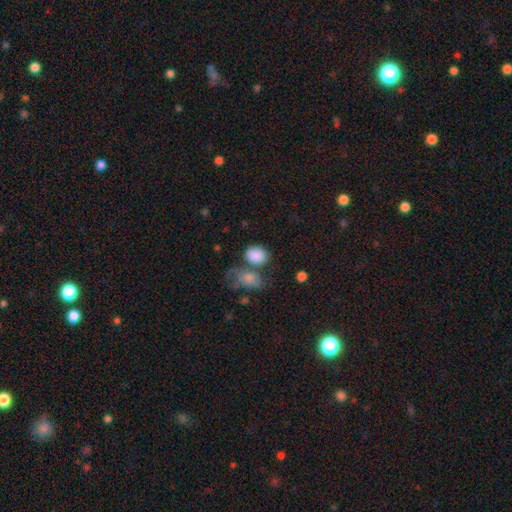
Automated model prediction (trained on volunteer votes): Smooth or featured? Predicted: smooth (p=0.86). How rounded? Predicted: in between (p=0.57). Merging? Predicted: none (p=0.48).